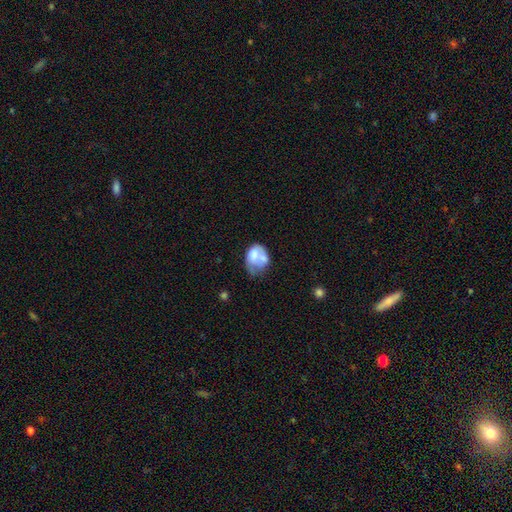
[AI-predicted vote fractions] Overall: smooth (60%; featured or disk 32%). How rounded: in between (66%; round 33%). Merging: merger (30%; minor disturbance 25%).